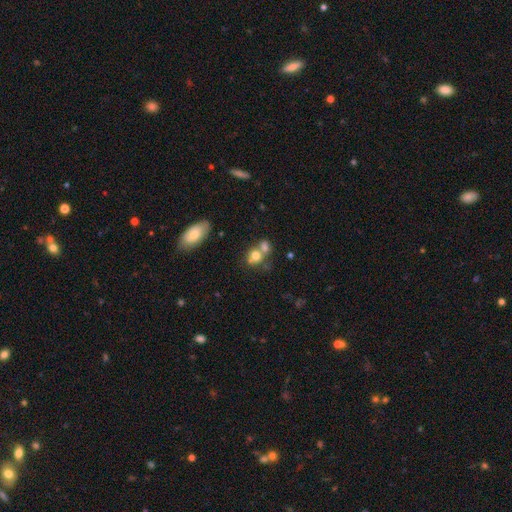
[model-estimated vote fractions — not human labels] smooth-or-featured: smooth: 74% | featured or disk: 15% | star or artifact: 11%
  how-rounded: round: 61% | in between: 37% | cigar-shaped: 2%
  merging: merger: 51% | none: 35% | minor disturbance: 10% | major disturbance: 5%